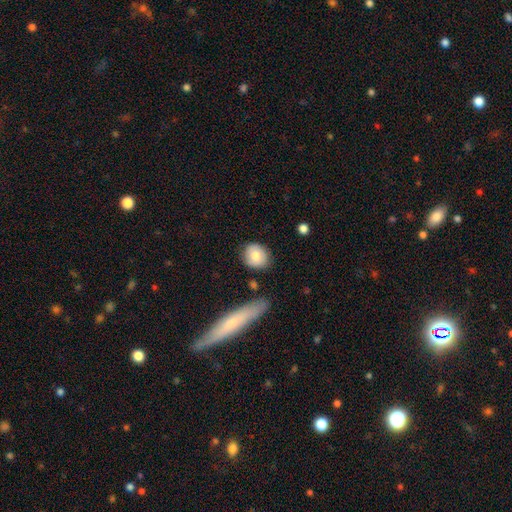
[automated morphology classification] Smooth or featured: smooth — 74% (featured or disk — 19%)
How rounded: round — 80% (in between — 19%)
Merging: none — 83% (minor disturbance — 11%)